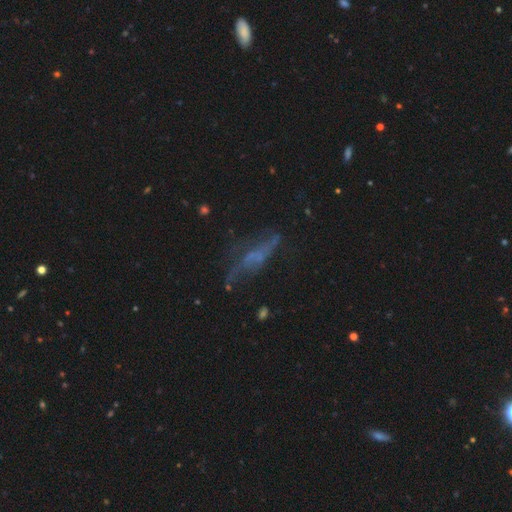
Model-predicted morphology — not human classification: A featured or disk galaxy (54%).

Vote fractions:
- Smooth or featured? featured or disk: 54% / smooth: 26% / star or artifact: 20%
- Edge-on disk? no: 65% / yes: 35%
- Merging? none: 48% / major disturbance: 25% / minor disturbance: 22% / merger: 4%